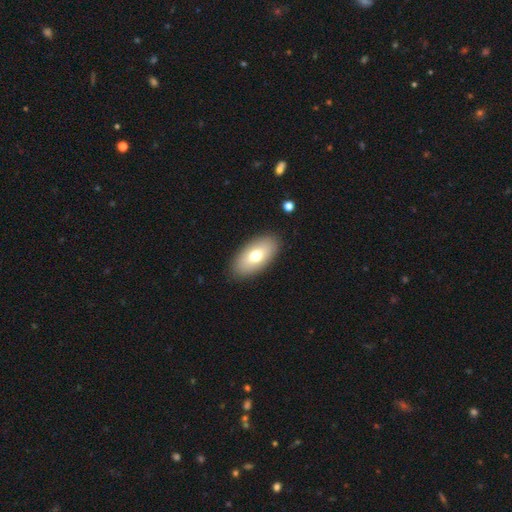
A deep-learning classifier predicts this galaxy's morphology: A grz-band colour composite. It shows a smooth galaxy with no disk features (70%) that is in between round and cigar-shaped (93%). Merging: none (88%).